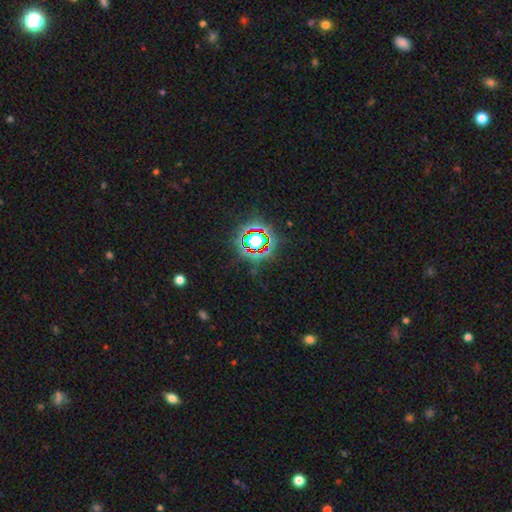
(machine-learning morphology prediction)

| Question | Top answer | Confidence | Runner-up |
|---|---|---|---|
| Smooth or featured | star or artifact | 81% | smooth (11%) |